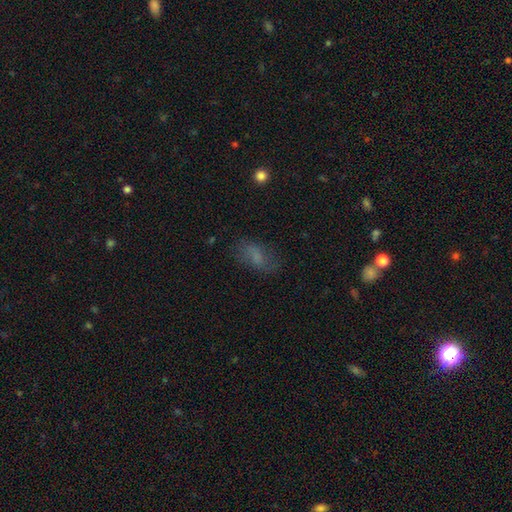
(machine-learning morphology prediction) This is likely a smooth galaxy (63%). How rounded: clearly in between (86%). Merging: likely none (67%).